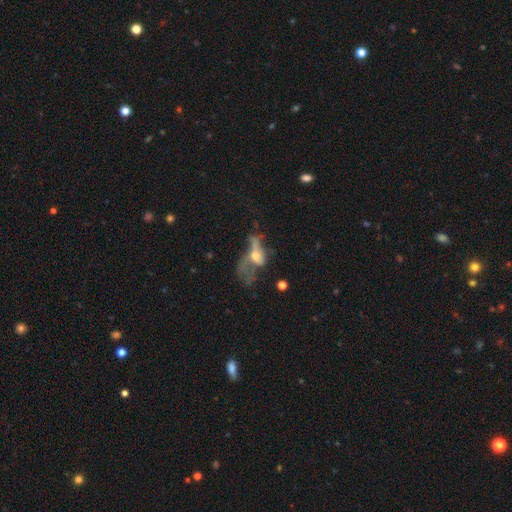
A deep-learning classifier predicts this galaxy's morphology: This is possibly a featured or disk galaxy (54%). It is clearly not viewed edge-on (87%). Merging: possibly major disturbance (58%).